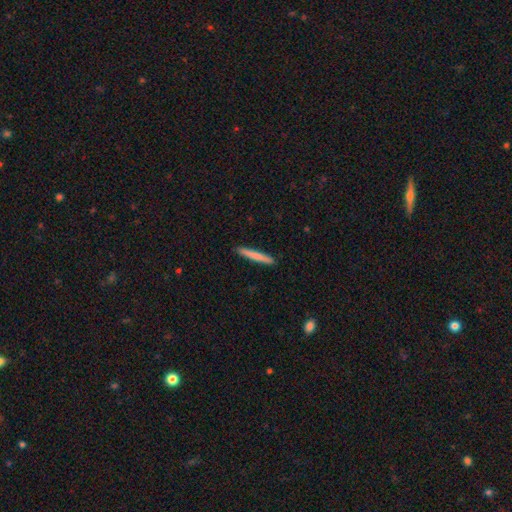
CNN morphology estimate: A smooth galaxy with no disk features (76%) that is cigar-shaped (96%). Merging: none (92%).